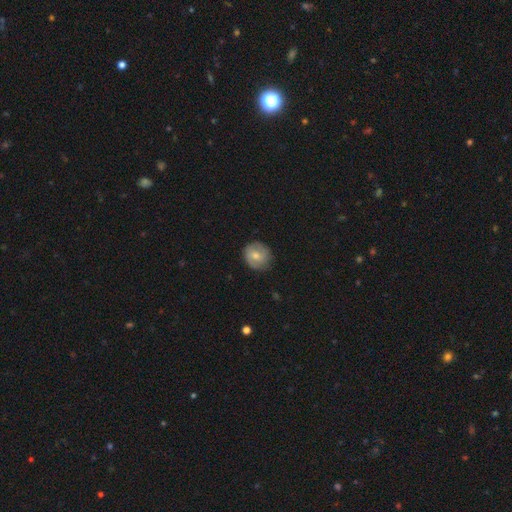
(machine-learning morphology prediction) This is possibly a smooth galaxy (53%). How rounded: clearly round (84%). Merging: clearly none (81%).